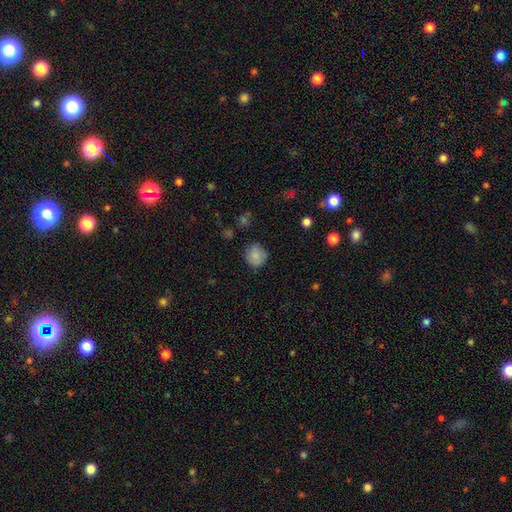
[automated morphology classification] Smooth or featured? Predicted: smooth (p=0.85). How rounded? Predicted: round (p=0.86). Merging? Predicted: none (p=0.83).